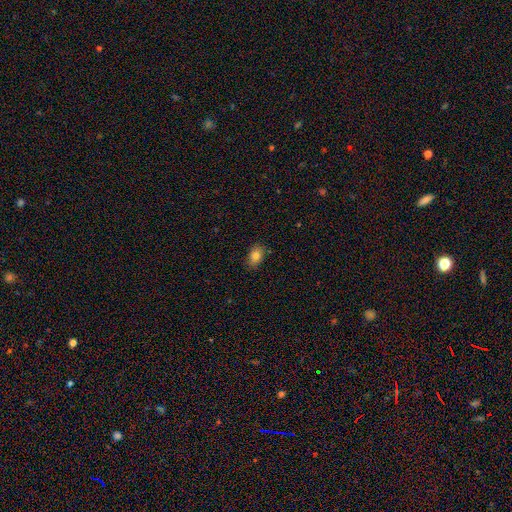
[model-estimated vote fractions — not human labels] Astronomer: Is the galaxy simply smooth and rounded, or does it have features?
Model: smooth — 82%.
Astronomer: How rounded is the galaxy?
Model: in between — 77%.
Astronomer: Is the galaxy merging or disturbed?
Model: none — 84%.